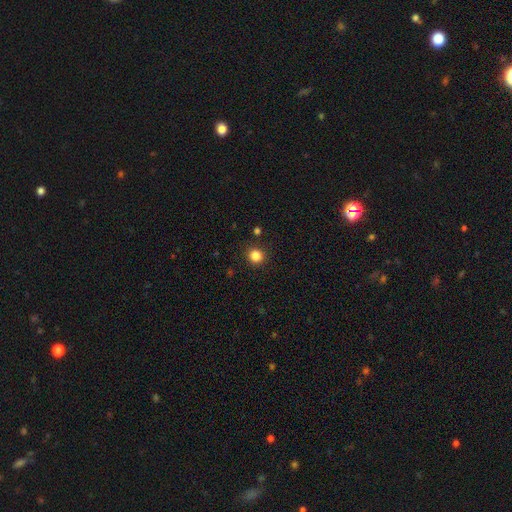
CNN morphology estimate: Smooth or featured?
  - smooth: 84% *
  - star or artifact: 12%
  - featured or disk: 4%
How rounded?
  - round: 90% *
  - in between: 9%
  - cigar-shaped: 1%
Merging?
  - none: 90% *
  - minor disturbance: 6%
  - major disturbance: 2%
  - merger: 2%